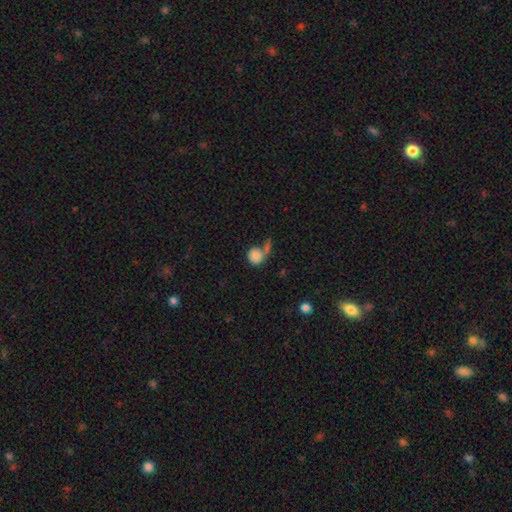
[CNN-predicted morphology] smooth_or_featured: smooth (p=0.81) [alt: featured or disk p=0.11]
how_rounded: round (p=0.79) [alt: in between p=0.19]
merging: none (p=0.35) [alt: merger p=0.32]